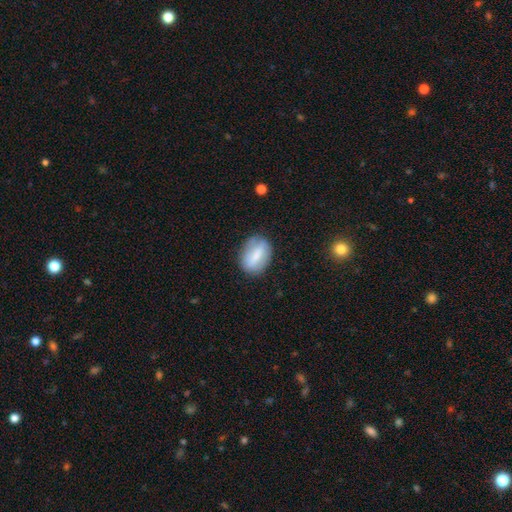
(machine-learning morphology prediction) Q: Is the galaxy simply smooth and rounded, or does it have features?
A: smooth — 60%.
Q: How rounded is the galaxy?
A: in between — 79%.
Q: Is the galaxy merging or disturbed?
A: none — 75%.